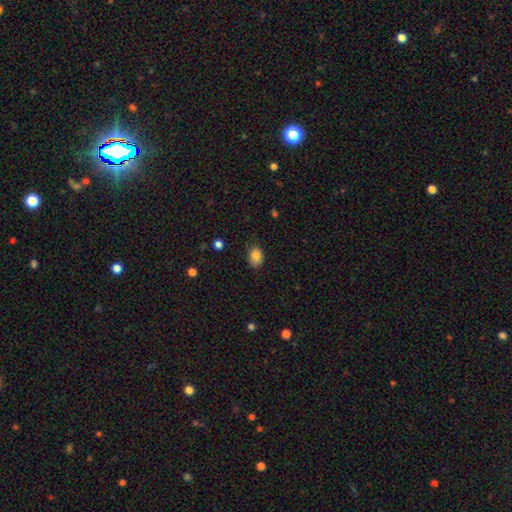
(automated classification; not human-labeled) Overall: smooth (84%). How rounded: in between (74%). Merging: none (77%).